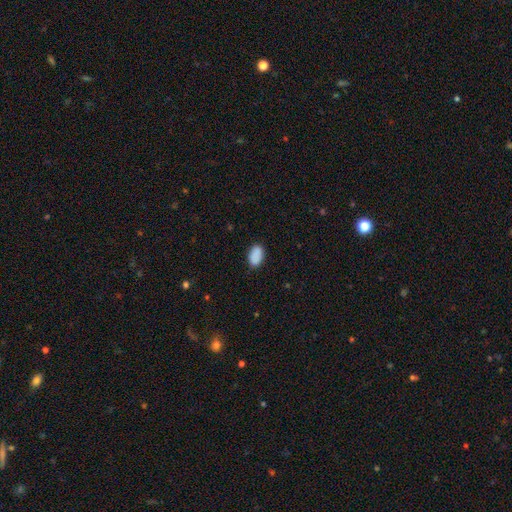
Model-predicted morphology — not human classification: smooth_or_featured: smooth (p=0.89) [alt: star or artifact p=0.08]
how_rounded: in between (p=0.92) [alt: round p=0.07]
merging: none (p=0.84) [alt: minor disturbance p=0.12]